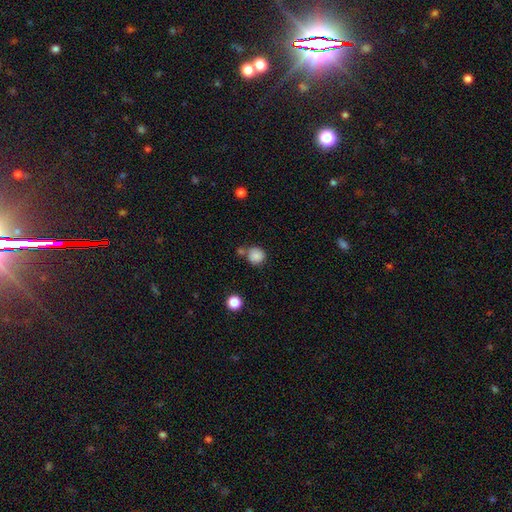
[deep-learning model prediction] smooth_or_featured: smooth (p=0.86) [alt: star or artifact p=0.10]
how_rounded: round (p=0.89) [alt: in between p=0.10]
merging: none (p=0.66) [alt: merger p=0.17]